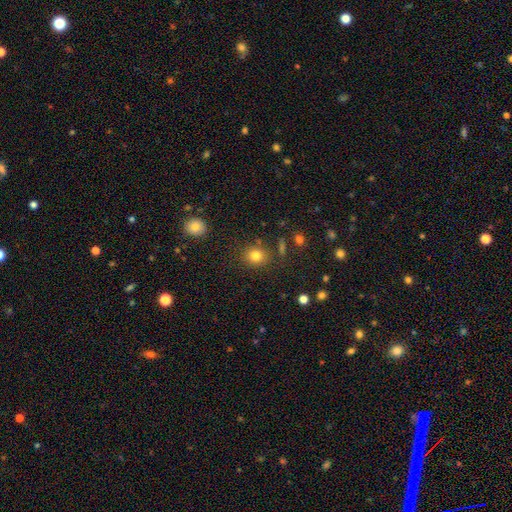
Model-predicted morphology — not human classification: Smooth or featured: smooth — 81% (star or artifact — 12%)
How rounded: round — 78% (in between — 21%)
Merging: none — 83% (minor disturbance — 10%)